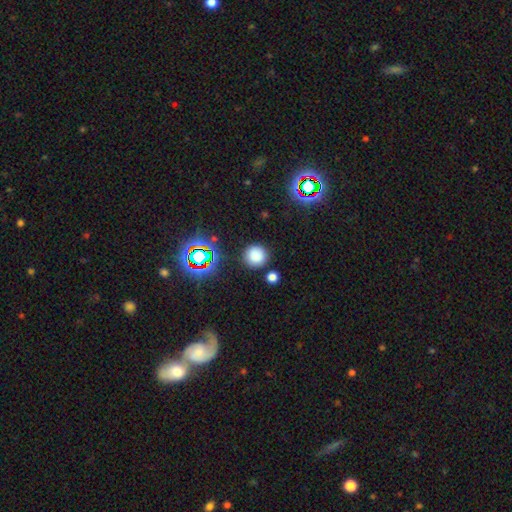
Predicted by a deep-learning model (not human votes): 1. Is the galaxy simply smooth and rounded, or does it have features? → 79% smooth, 16% star or artifact, 5% featured or disk.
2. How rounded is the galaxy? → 94% round, 5% in between, 1% cigar-shaped.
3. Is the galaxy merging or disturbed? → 86% none, 8% minor disturbance, 3% merger, 3% major disturbance.